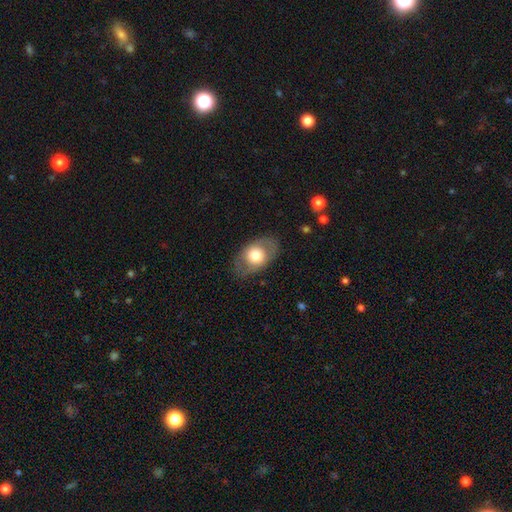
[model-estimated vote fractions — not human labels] Overall: smooth (59%; featured or disk 35%). How rounded: in between (81%). Merging: none (80%).